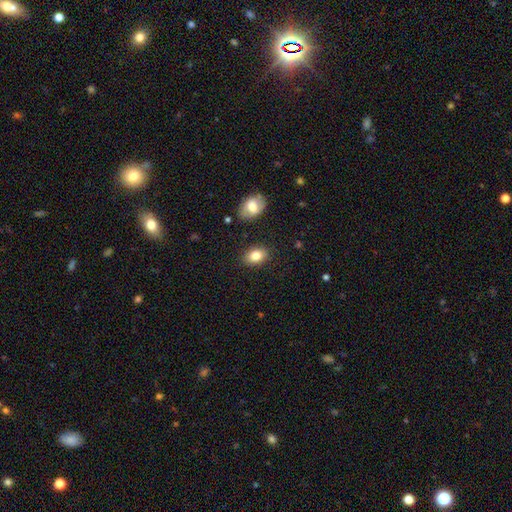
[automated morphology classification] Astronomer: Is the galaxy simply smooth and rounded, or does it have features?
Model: smooth — 82%.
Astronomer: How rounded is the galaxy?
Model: in between — 83%.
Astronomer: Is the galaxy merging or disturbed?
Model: none — 85%.